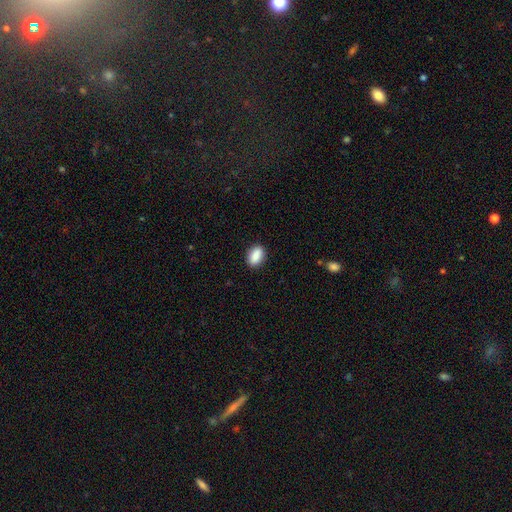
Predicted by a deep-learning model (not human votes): Smooth or featured? Predicted: smooth (p=0.88). How rounded? Predicted: in between (p=0.86). Merging? Predicted: none (p=0.89).